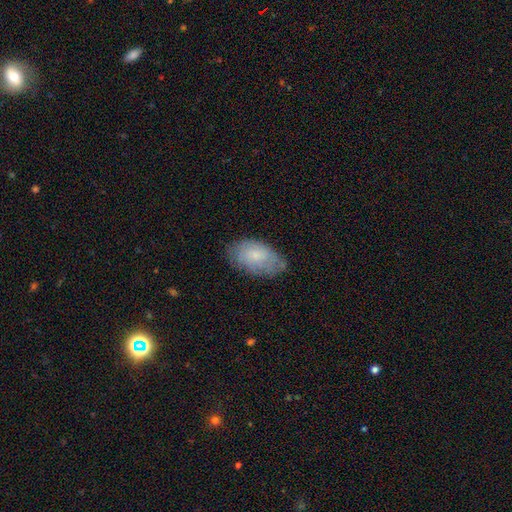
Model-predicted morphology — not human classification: A smooth galaxy with no disk features (63%) that is in between round and cigar-shaped (93%).

Vote fractions:
- Smooth or featured? smooth: 63% / featured or disk: 30% / star or artifact: 7%
- How rounded? in between: 93% / round: 5% / cigar-shaped: 2%
- Merging? none: 68% / minor disturbance: 25% / major disturbance: 6% / merger: 1%